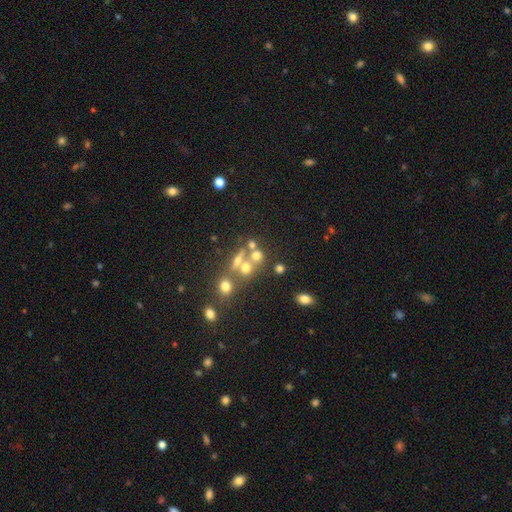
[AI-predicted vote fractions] smooth-or-featured: star or artifact: 55% | smooth: 28% | featured or disk: 17%